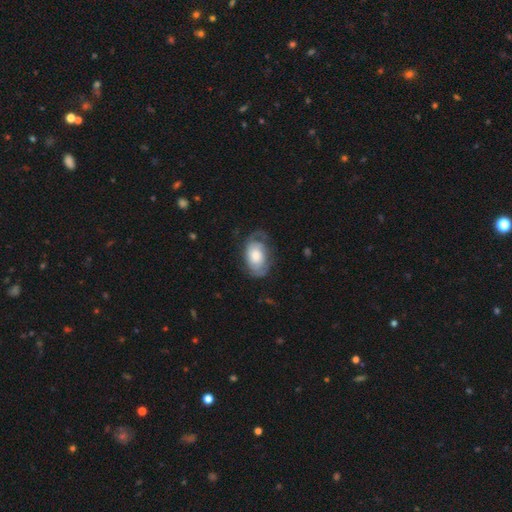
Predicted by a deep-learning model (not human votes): Morphology: type=featured or disk (62%); edge-on=no (96%); bar=no (78%); spiral arms=yes (83%); bulge=moderate (41%); merging=none (57%).